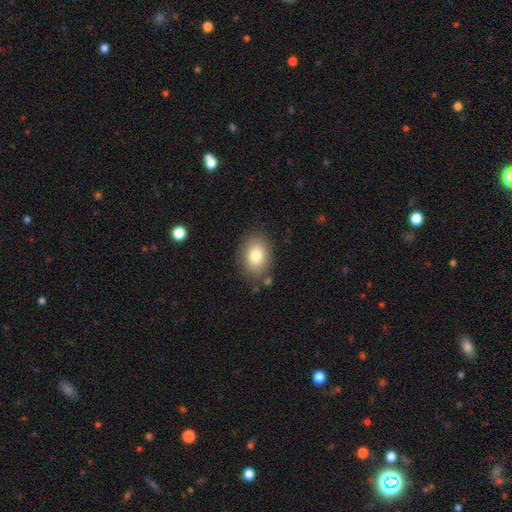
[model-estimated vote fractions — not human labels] A smooth galaxy with no disk features (80%) that is in between round and cigar-shaped (75%). Merging: none (82%).